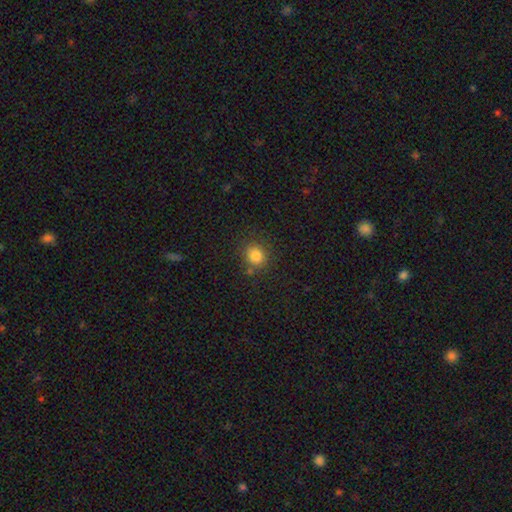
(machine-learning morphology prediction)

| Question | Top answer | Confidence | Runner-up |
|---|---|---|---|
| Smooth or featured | smooth | 82% | star or artifact (13%) |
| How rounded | round | 82% | in between (17%) |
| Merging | none | 81% | minor disturbance (10%) |